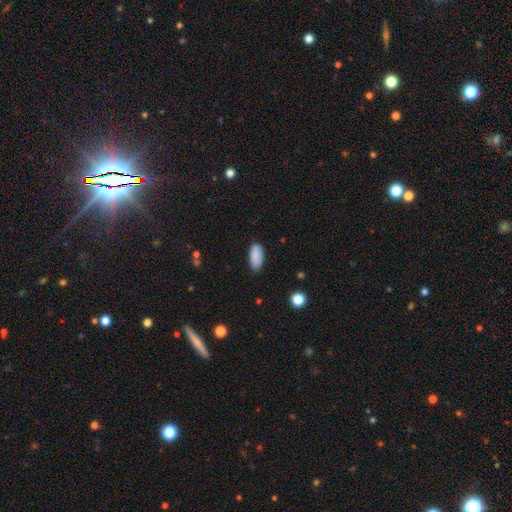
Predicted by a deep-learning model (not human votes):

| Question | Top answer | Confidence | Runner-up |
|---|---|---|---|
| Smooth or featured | smooth | 88% | star or artifact (7%) |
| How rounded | in between | 91% | cigar-shaped (7%) |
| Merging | none | 80% | minor disturbance (16%) |